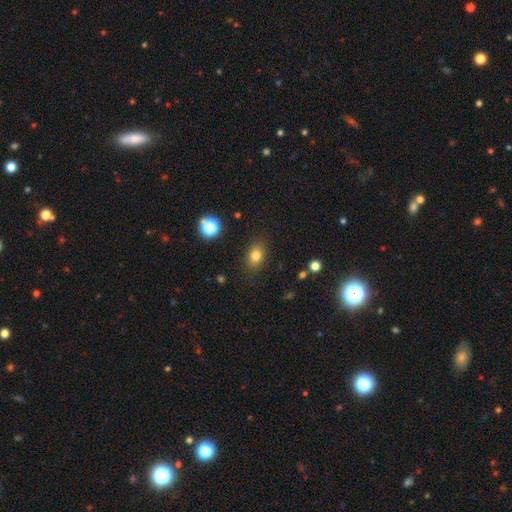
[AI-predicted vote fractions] smooth-or-featured: smooth: 80% | star or artifact: 12% | featured or disk: 8%
  how-rounded: in between: 72% | round: 26% | cigar-shaped: 2%
  merging: none: 85% | minor disturbance: 10% | major disturbance: 3% | merger: 1%